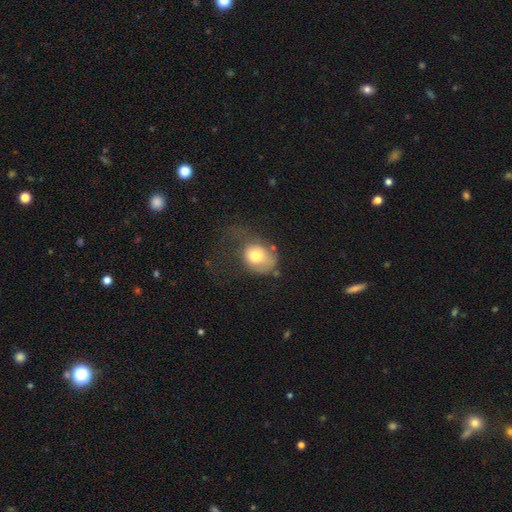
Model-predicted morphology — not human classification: Smooth or featured: smooth — 73% (featured or disk — 19%)
How rounded: round — 55% (in between — 44%)
Merging: major disturbance — 38% (none — 29%)